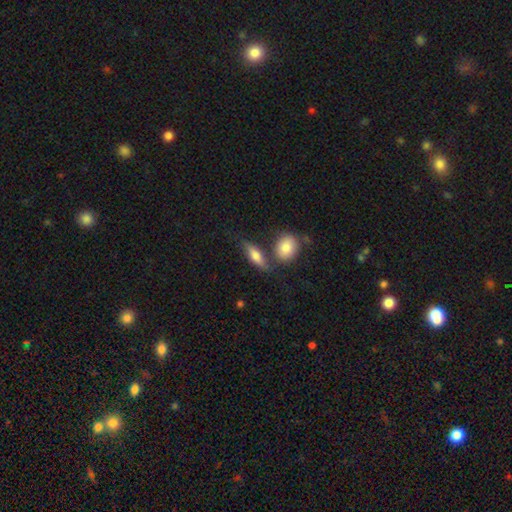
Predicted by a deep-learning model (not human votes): Smooth or featured? Predicted: smooth (p=0.67). How rounded? Predicted: in between (p=0.62). Merging? Predicted: none (p=0.59).